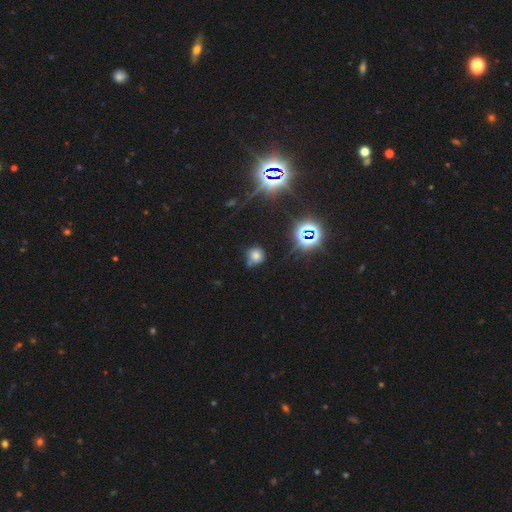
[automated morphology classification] A smooth galaxy with no disk features (63%) that is round (86%). Merging: none (60%).